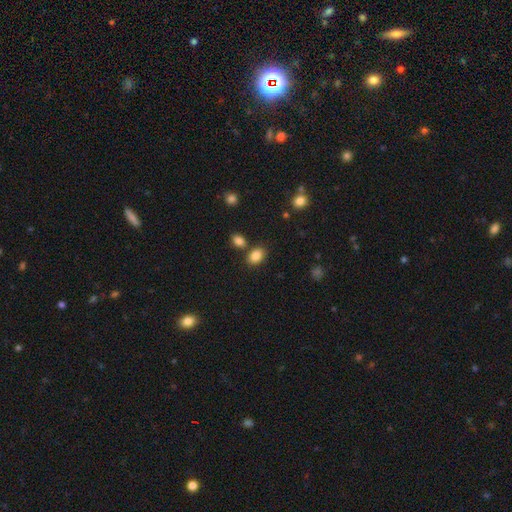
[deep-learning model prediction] Smooth or featured? Predicted: smooth (p=0.86). How rounded? Predicted: in between (p=0.82). Merging? Predicted: none (p=0.73).